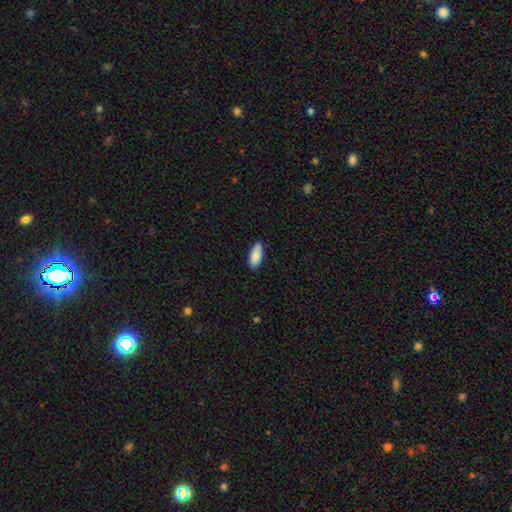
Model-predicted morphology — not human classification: Overall: smooth (85%). How rounded: in between (82%). Merging: none (77%).